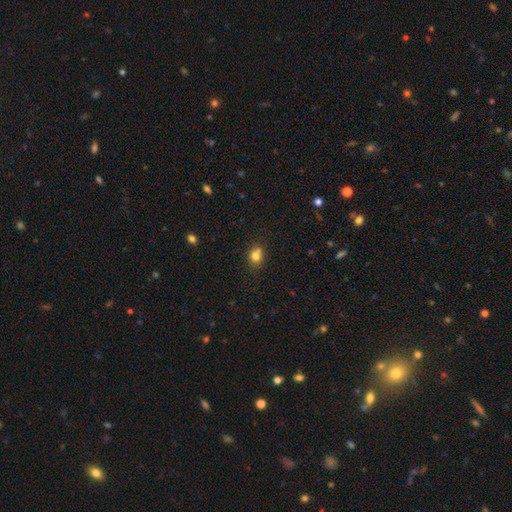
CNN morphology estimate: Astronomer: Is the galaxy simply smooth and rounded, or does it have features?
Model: smooth — 79%.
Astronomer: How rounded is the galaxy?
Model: round — 67%.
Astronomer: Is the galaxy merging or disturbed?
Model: none — 65%.